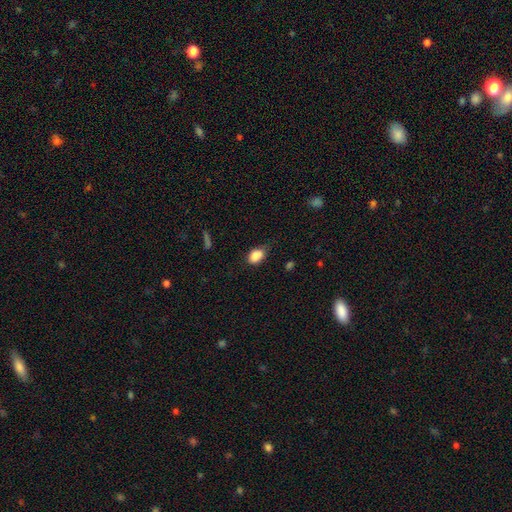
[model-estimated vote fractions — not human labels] Morphology: type=smooth (85%); roundness=in between (75%); merging=none (53%).